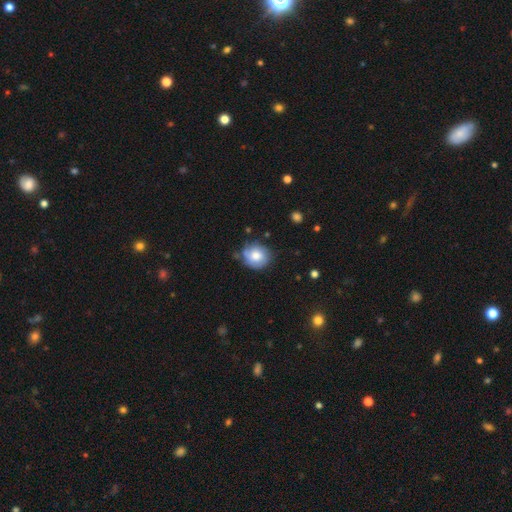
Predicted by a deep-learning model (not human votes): Smooth or featured? smooth (52%)
How rounded? round (77%)
Merging? none (66%)